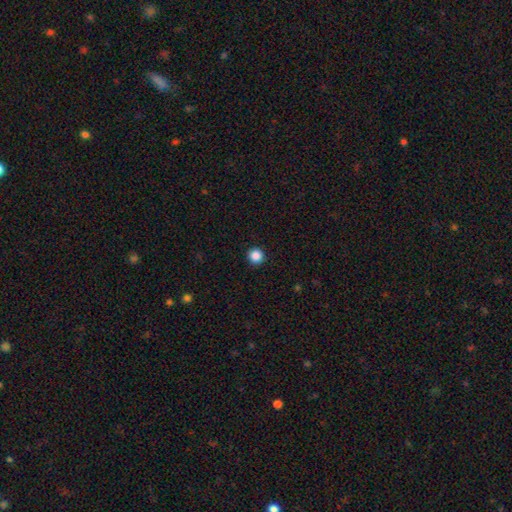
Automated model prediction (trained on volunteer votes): A smooth galaxy with no disk features (87%) that is round (96%).

Vote fractions:
- Smooth or featured? smooth: 87% / star or artifact: 11% / featured or disk: 3%
- How rounded? round: 96% / in between: 3% / cigar-shaped: 1%
- Merging? none: 93% / minor disturbance: 4% / major disturbance: 2% / merger: 1%